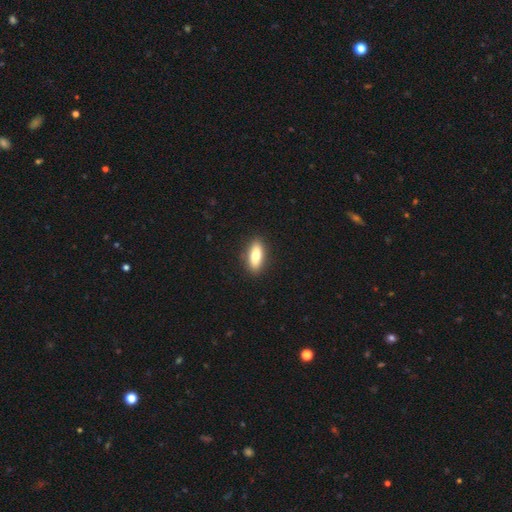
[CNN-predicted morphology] This is likely a smooth galaxy (78%). How rounded: likely in between (75%). Merging: clearly none (89%).